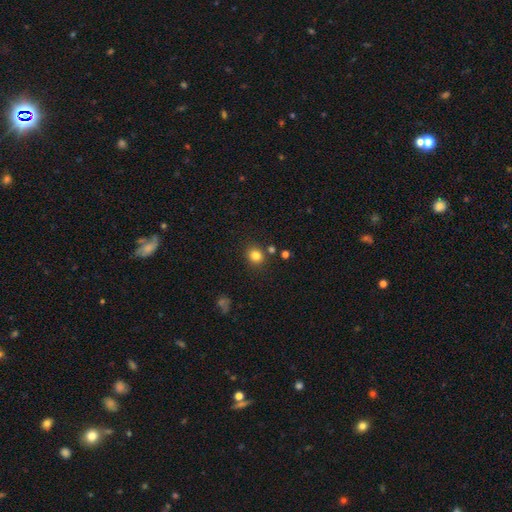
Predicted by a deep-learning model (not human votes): Smooth or featured: smooth — 81% (star or artifact — 13%)
How rounded: round — 79% (in between — 20%)
Merging: none — 82% (minor disturbance — 9%)